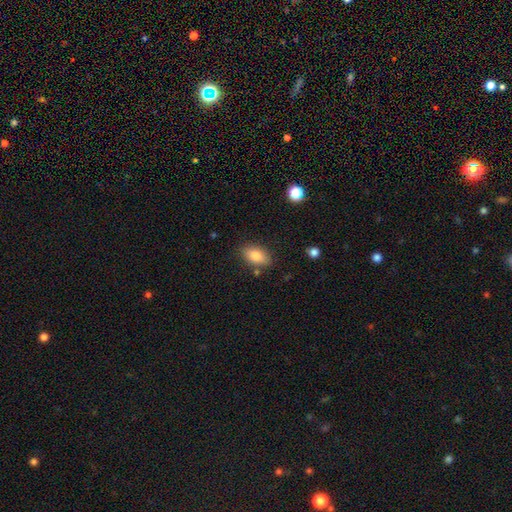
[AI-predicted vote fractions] Morphology: type=smooth (84%); roundness=in between (90%); merging=none (82%).